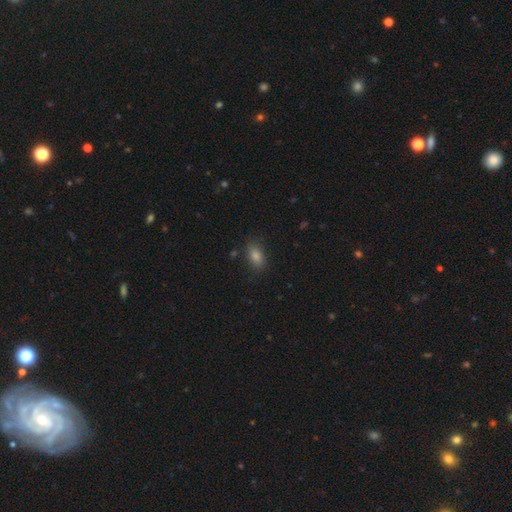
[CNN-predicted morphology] smooth 79%, star or artifact 14%, featured or disk 7%. Down the decision tree: how rounded — in between (85%); merging — none (85%).